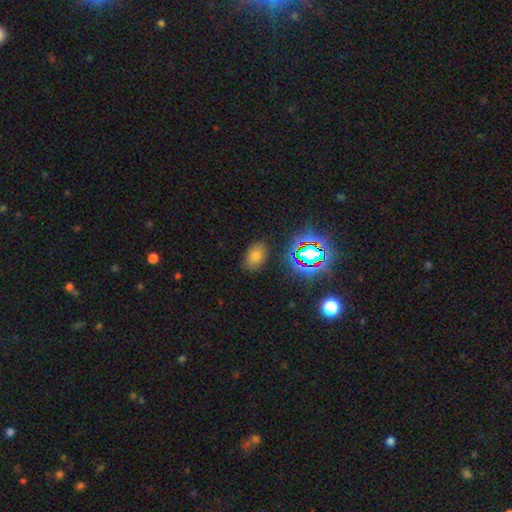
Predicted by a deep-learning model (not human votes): A smooth galaxy with no disk features (64%) that is in between round and cigar-shaped (84%). Merging: none (85%).